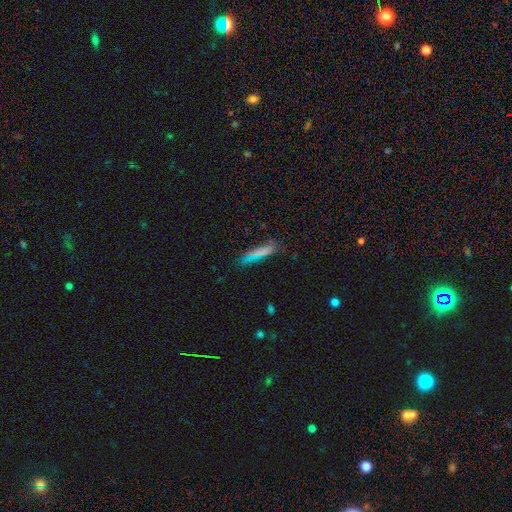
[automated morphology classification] Smooth or featured? Predicted: smooth (p=0.70). How rounded? Predicted: cigar-shaped (p=0.85). Merging? Predicted: none (p=0.72).